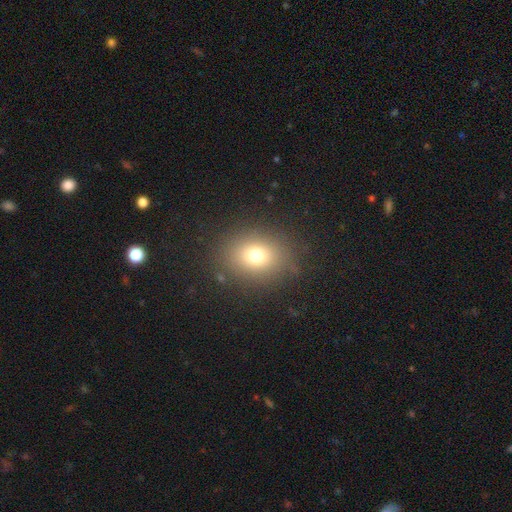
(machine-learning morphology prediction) Q: Smooth or featured?
A: smooth (74%); runner-up: star or artifact (15%)
Q: How rounded?
A: round (51%); runner-up: in between (48%)
Q: Merging?
A: none (85%); runner-up: minor disturbance (9%)